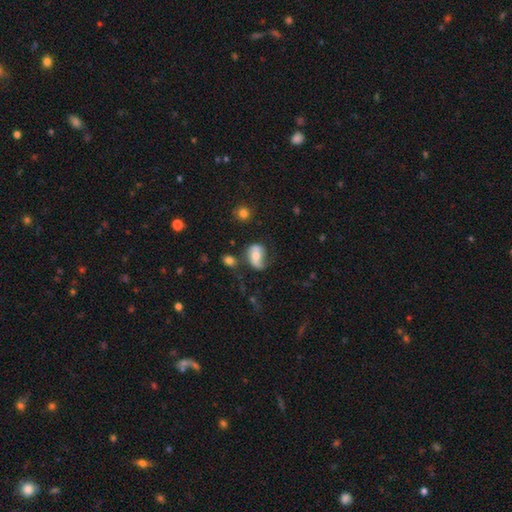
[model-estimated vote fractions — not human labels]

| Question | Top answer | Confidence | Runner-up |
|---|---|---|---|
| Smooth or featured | featured or disk | 58% | smooth (34%) |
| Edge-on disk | no | 96% | yes (4%) |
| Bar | no | 54% | weak (30%) |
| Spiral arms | yes | 83% | no (17%) |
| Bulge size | moderate | 68% | small (23%) |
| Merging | none | 51% | minor disturbance (25%) |